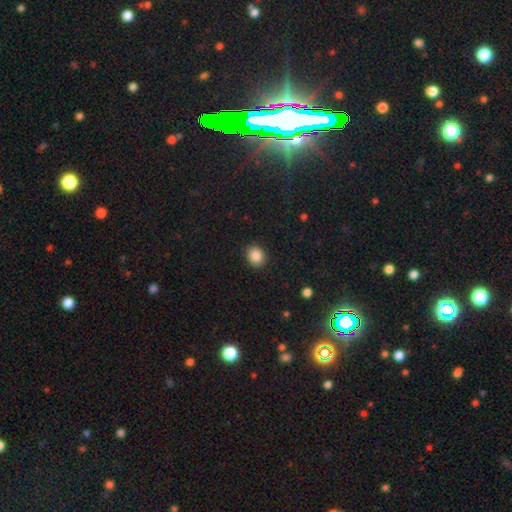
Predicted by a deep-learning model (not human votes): A smooth galaxy with no disk features (87%) that is round (68%). Merging: none (89%).